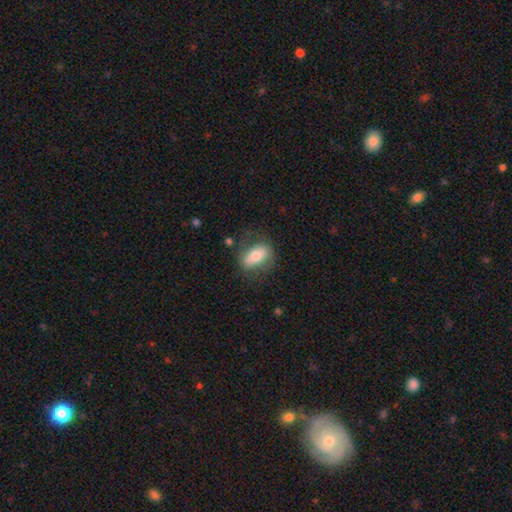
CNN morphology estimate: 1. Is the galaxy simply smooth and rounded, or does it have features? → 66% smooth, 27% featured or disk, 7% star or artifact.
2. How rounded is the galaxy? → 84% in between, 10% round, 6% cigar-shaped.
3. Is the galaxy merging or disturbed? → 69% none, 19% minor disturbance, 10% major disturbance, 2% merger.